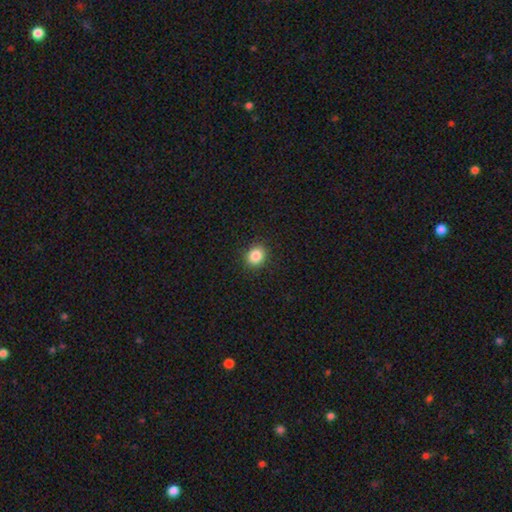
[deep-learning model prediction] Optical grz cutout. It shows a smooth galaxy with no disk features (85%) that is round (69%). Merging: none (90%).